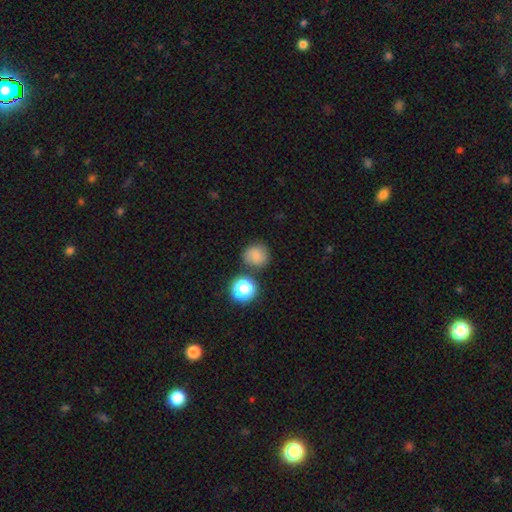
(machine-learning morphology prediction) Smooth or featured: smooth — 75% (star or artifact — 15%)
How rounded: round — 86% (in between — 13%)
Merging: none — 72% (minor disturbance — 14%)